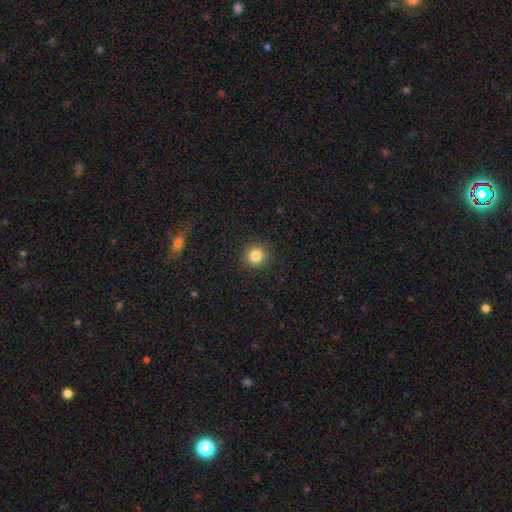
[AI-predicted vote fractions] Morphology: type=smooth (83%); roundness=round (95%); merging=none (92%).